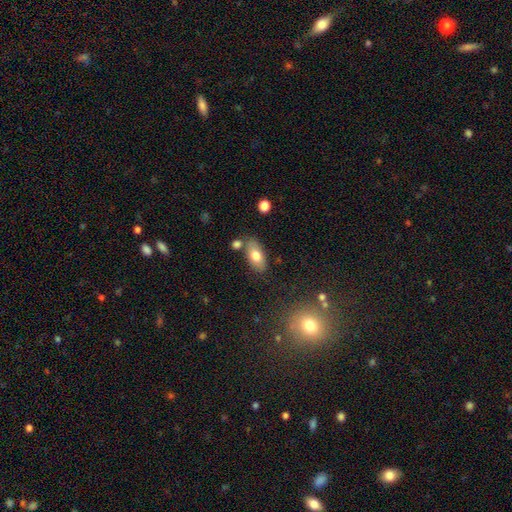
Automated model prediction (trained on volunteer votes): smooth-or-featured: smooth: 75% | featured or disk: 17% | star or artifact: 7%
  how-rounded: in between: 90% | cigar-shaped: 5% | round: 4%
  merging: none: 75% | minor disturbance: 13% | merger: 8% | major disturbance: 3%